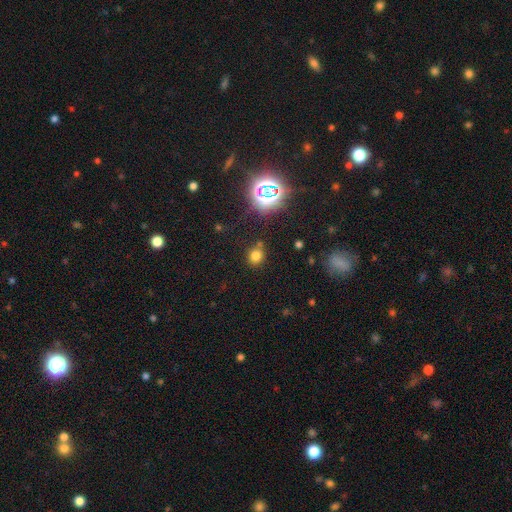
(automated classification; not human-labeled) smooth 71%, star or artifact 23%, featured or disk 7%. Down the decision tree: how rounded — round (76%); merging — none (76%).